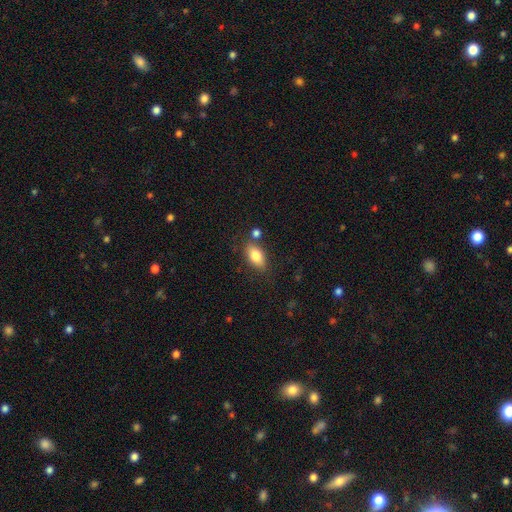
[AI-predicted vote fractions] Q: Smooth or featured?
A: smooth (80%); runner-up: featured or disk (13%)
Q: How rounded?
A: in between (88%); runner-up: round (6%)
Q: Merging?
A: none (73%); runner-up: minor disturbance (14%)